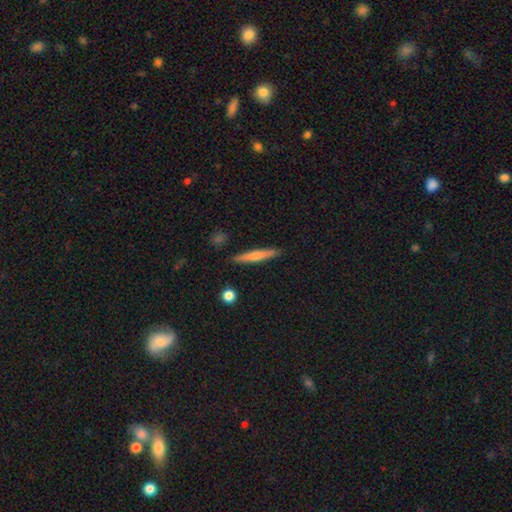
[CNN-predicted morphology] Smooth or featured? Predicted: smooth (p=0.54). How rounded? Predicted: cigar-shaped (p=0.93). Merging? Predicted: none (p=0.90).